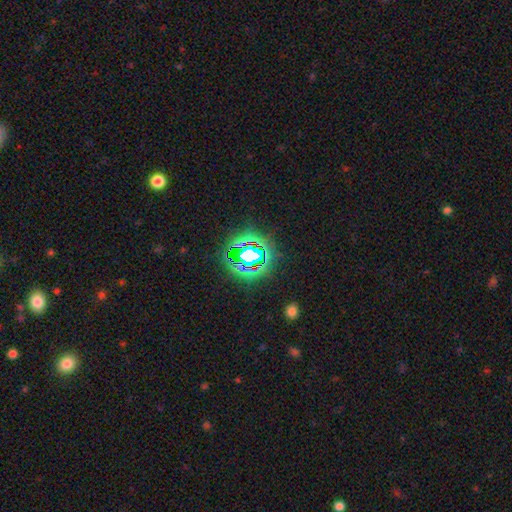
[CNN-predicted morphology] Smooth or featured? star or artifact (79%)